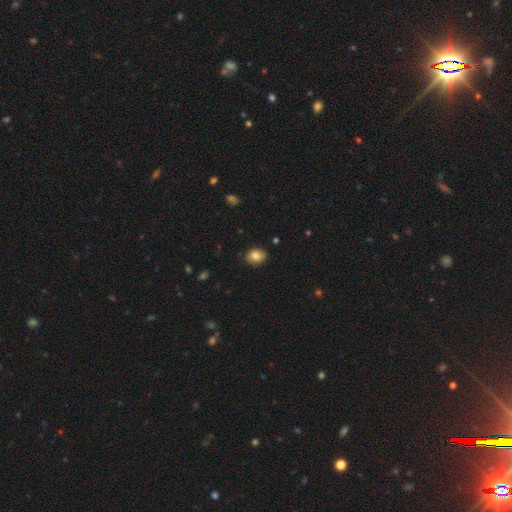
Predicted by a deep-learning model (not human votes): Smooth or featured?
  - smooth: 79% *
  - featured or disk: 12%
  - star or artifact: 9%
How rounded?
  - in between: 59% *
  - round: 40%
  - cigar-shaped: 1%
Merging?
  - none: 85% *
  - minor disturbance: 11%
  - major disturbance: 2%
  - merger: 1%